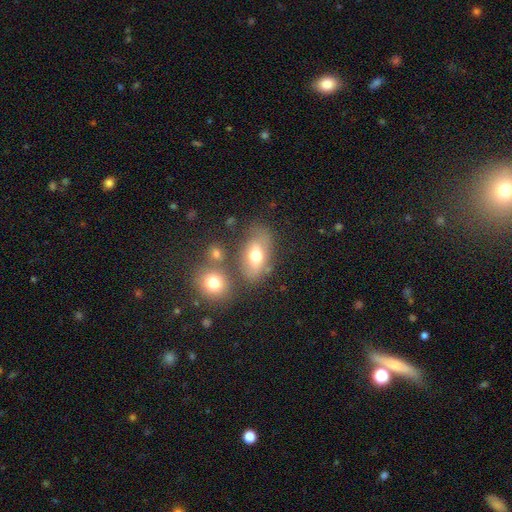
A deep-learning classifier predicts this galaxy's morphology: Smooth or featured?
  - smooth: 67% *
  - featured or disk: 23%
  - star or artifact: 10%
How rounded?
  - in between: 84% *
  - round: 13%
  - cigar-shaped: 3%
Merging?
  - none: 60% *
  - merger: 17%
  - minor disturbance: 16%
  - major disturbance: 7%